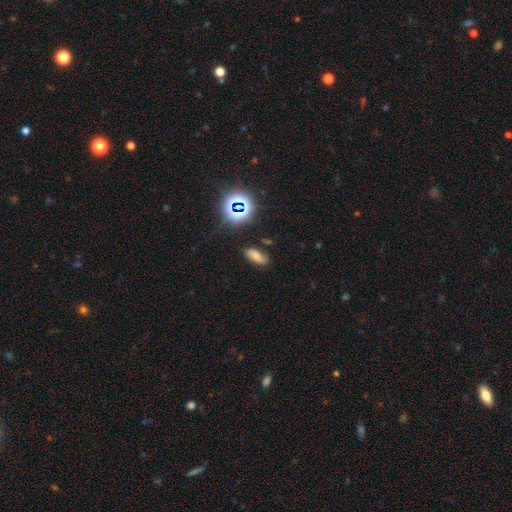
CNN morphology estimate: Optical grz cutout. It shows a smooth galaxy with no disk features (55%) that is in between round and cigar-shaped (84%). Merging: none (76%).